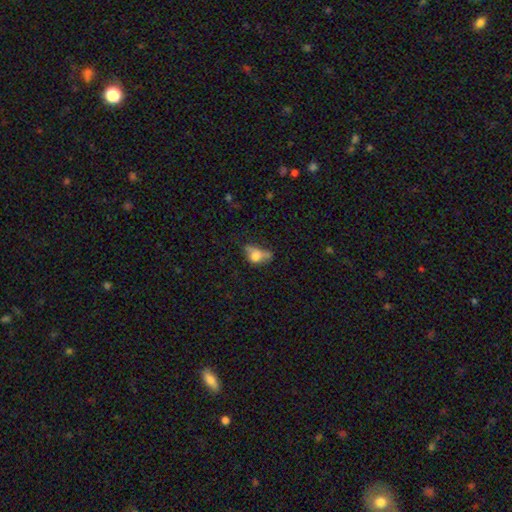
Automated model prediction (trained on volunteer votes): Smooth or featured? smooth (63%)
How rounded? in between (72%)
Merging? major disturbance (29%)